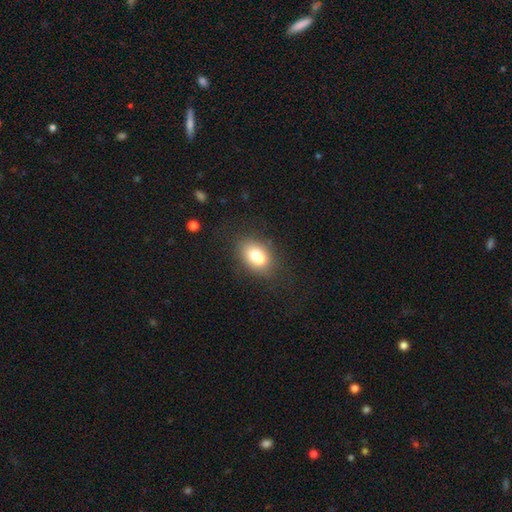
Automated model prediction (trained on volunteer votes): Smooth or featured?
  - smooth: 71% *
  - featured or disk: 19%
  - star or artifact: 10%
How rounded?
  - in between: 77% *
  - round: 21%
  - cigar-shaped: 2%
Merging?
  - none: 51% *
  - merger: 30%
  - minor disturbance: 14%
  - major disturbance: 5%